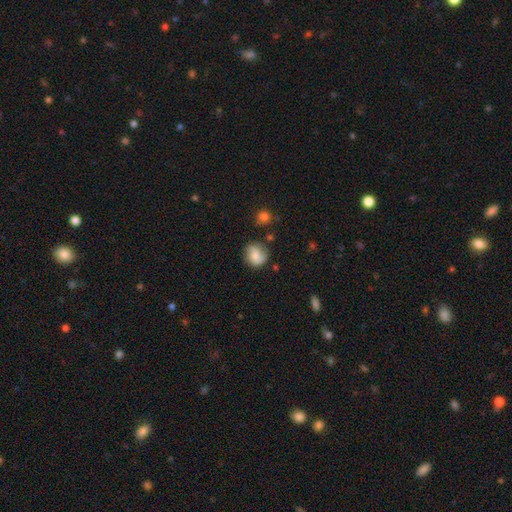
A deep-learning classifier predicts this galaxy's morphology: Smooth or featured?
  - smooth: 58% *
  - featured or disk: 33%
  - star or artifact: 9%
How rounded?
  - round: 81% *
  - in between: 18%
  - cigar-shaped: 1%
Merging?
  - none: 70% *
  - minor disturbance: 20%
  - major disturbance: 6%
  - merger: 3%